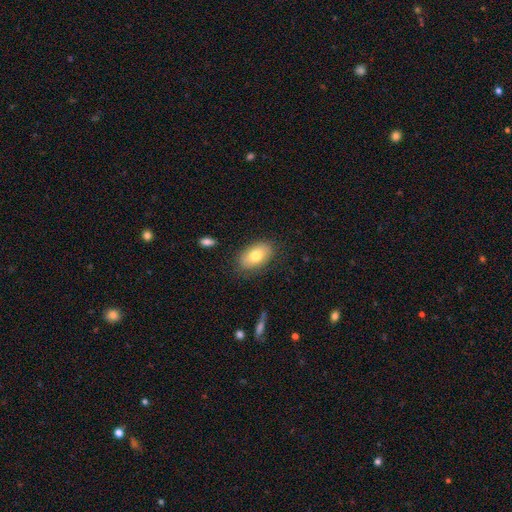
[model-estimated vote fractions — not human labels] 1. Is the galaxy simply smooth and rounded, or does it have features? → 76% smooth, 17% featured or disk, 7% star or artifact.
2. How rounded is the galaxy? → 91% in between, 7% round, 2% cigar-shaped.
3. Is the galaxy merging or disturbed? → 82% none, 13% minor disturbance, 3% major disturbance, 1% merger.